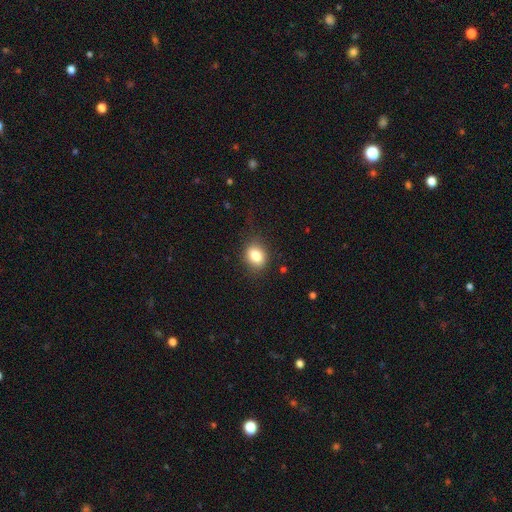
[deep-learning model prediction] Smooth or featured? smooth (83%)
How rounded? in between (57%)
Merging? none (81%)